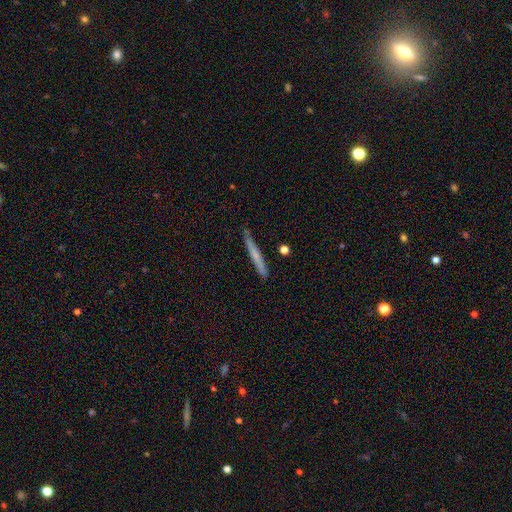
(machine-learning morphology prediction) A smooth galaxy with no disk features (56%) that is cigar-shaped (96%).

Vote fractions:
- Smooth or featured? smooth: 56% / featured or disk: 38% / star or artifact: 7%
- How rounded? cigar-shaped: 96% / in between: 3% / round: 2%
- Merging? none: 84% / minor disturbance: 12% / merger: 2% / major disturbance: 2%